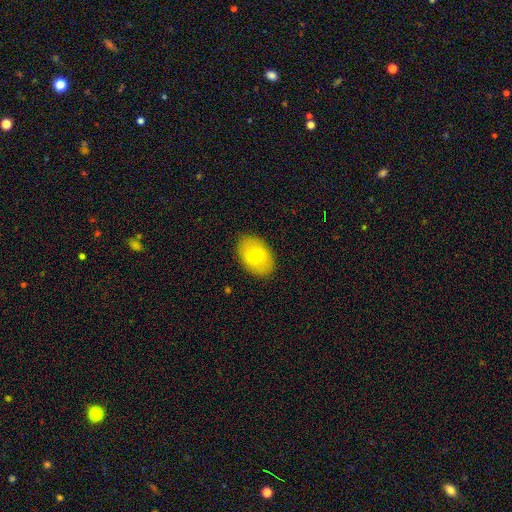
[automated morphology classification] Overall: smooth (58%; featured or disk 35%). How rounded: in between (81%). Merging: none (87%).